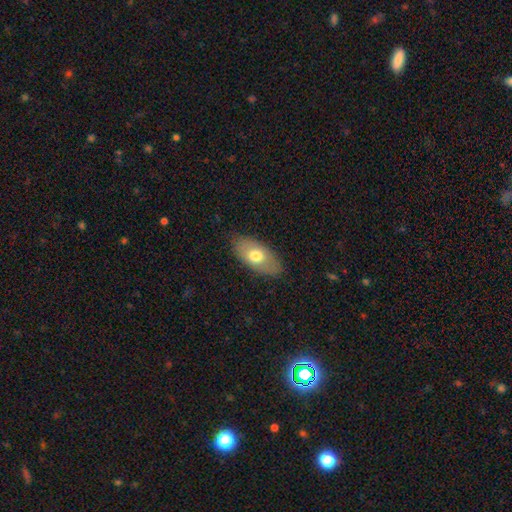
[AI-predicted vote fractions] A smooth galaxy with no disk features (67%) that is in between round and cigar-shaped (90%). Merging: none (82%).